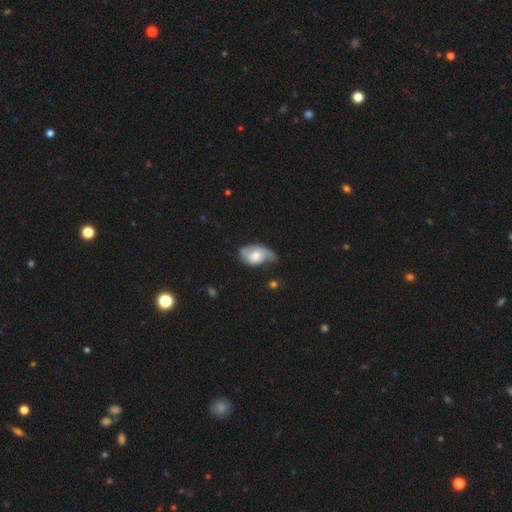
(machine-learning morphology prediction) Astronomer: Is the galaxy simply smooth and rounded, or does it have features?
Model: featured or disk — 50% (runner-up: smooth, 44%).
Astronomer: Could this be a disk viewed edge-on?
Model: no — 94%.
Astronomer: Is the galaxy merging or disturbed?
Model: minor disturbance — 40% (runner-up: none, 30%).